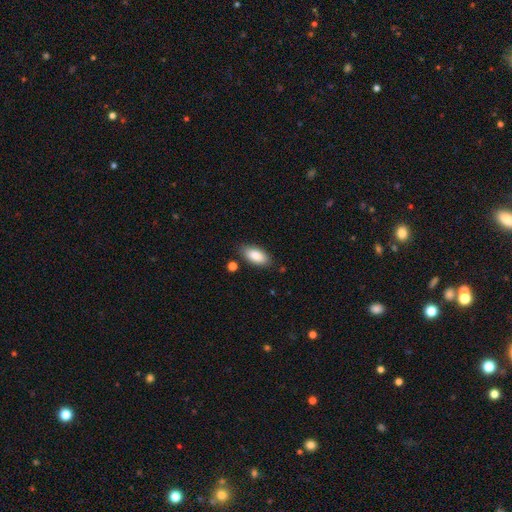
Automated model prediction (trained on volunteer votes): A smooth galaxy with no disk features (87%) that is in between round and cigar-shaped (90%).

Vote fractions:
- Smooth or featured? smooth: 87% / featured or disk: 7% / star or artifact: 6%
- How rounded? in between: 90% / cigar-shaped: 8% / round: 2%
- Merging? none: 82% / minor disturbance: 13% / major disturbance: 3% / merger: 3%